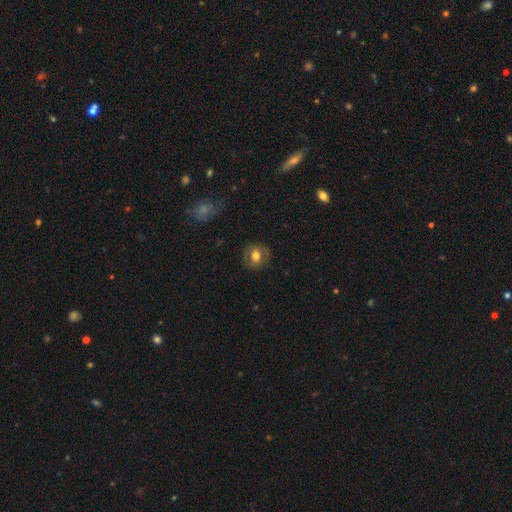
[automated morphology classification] This appears to be a smooth galaxy with no disk features (56%) that is round (73%). Merging: none (82%).